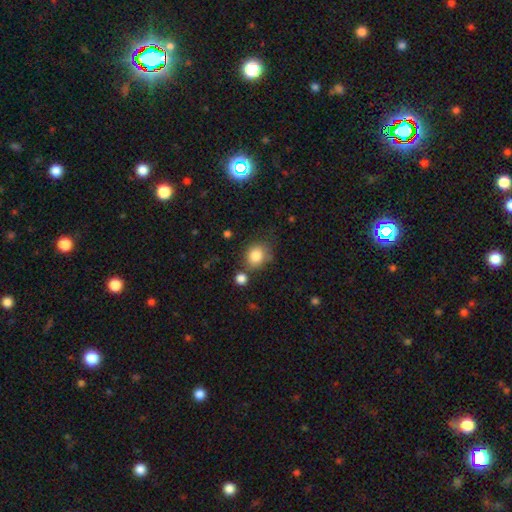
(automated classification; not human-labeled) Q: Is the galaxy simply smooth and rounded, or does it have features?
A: smooth — 83%.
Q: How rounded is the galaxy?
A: round — 69%.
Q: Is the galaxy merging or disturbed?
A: none — 67%.